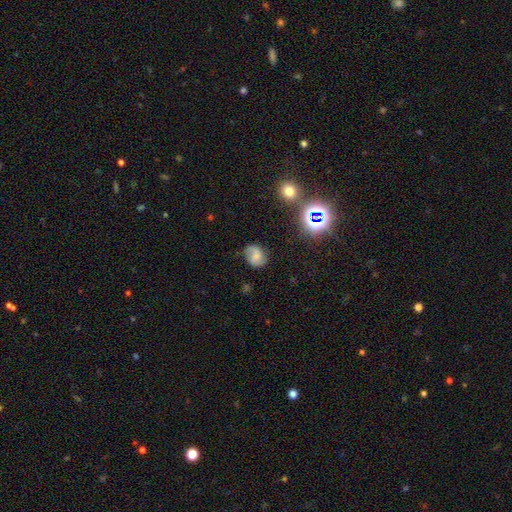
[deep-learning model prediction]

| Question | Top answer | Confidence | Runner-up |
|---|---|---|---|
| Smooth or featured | featured or disk | 45% | smooth (42%) |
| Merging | none | 71% | minor disturbance (21%) |